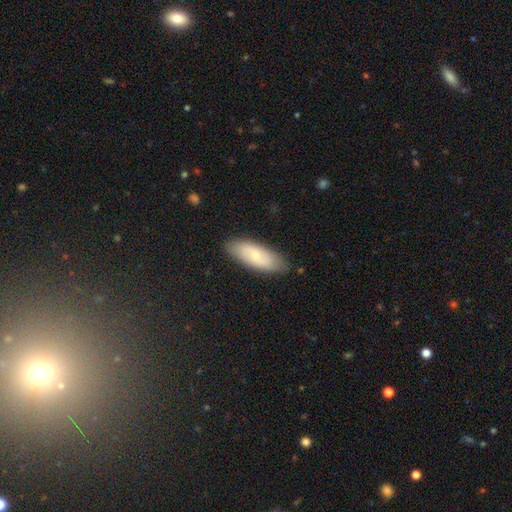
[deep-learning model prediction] Overall: smooth (62%; featured or disk 32%). How rounded: in between (75%). Merging: none (85%).